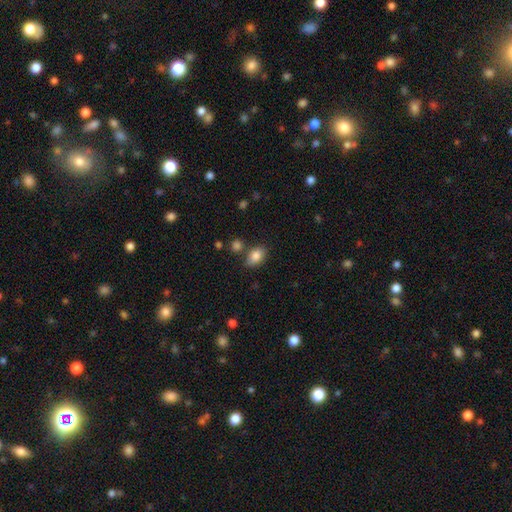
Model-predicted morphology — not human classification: This is clearly a smooth galaxy (84%). How rounded: clearly in between (81%). Merging: likely none (68%).